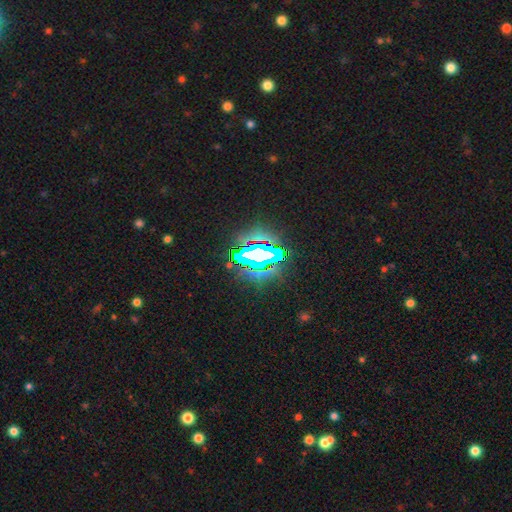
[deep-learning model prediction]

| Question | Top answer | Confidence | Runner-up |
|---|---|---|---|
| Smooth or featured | star or artifact | 68% | smooth (17%) |